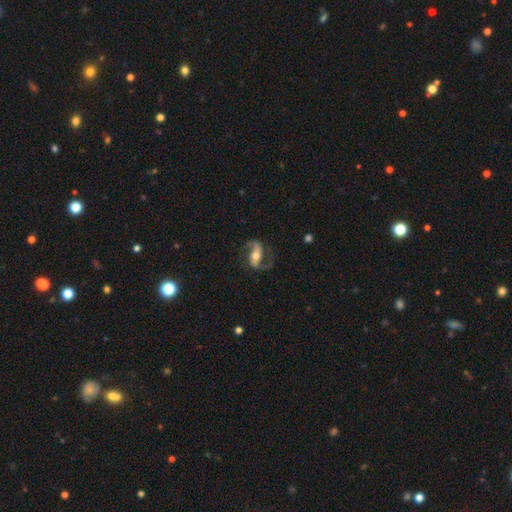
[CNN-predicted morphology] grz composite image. It shows a featured or disk galaxy (87%) with a strong bar (45%), 2 (92%) loose (53%) spiral arms (96%) and a moderate central bulge (64%). Merging: none (75%).